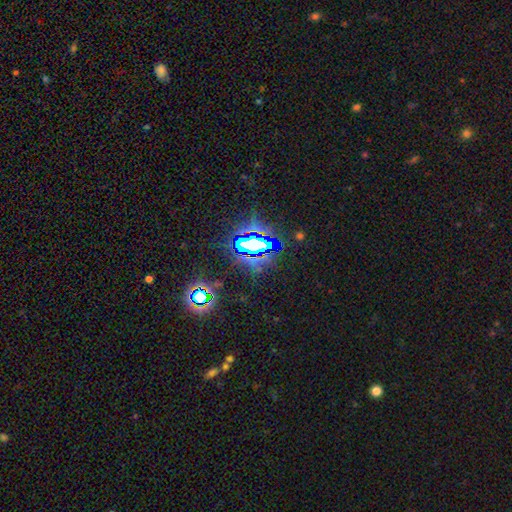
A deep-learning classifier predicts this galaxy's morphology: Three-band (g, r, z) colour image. It shows a star or artifact, not a galaxy (77%).